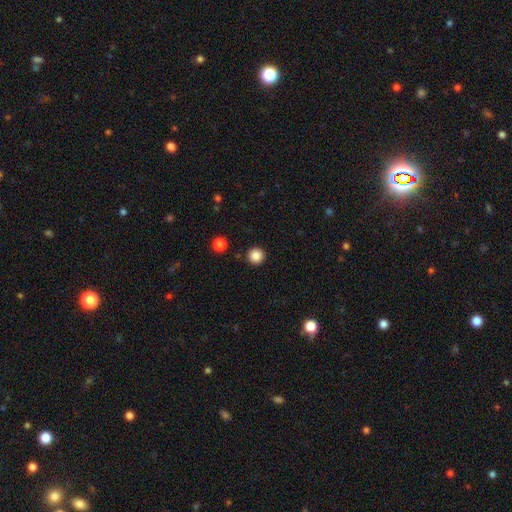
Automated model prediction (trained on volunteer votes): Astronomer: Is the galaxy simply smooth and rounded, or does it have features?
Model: smooth — 86%.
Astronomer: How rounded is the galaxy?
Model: round — 96%.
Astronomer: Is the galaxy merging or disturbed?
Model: none — 92%.